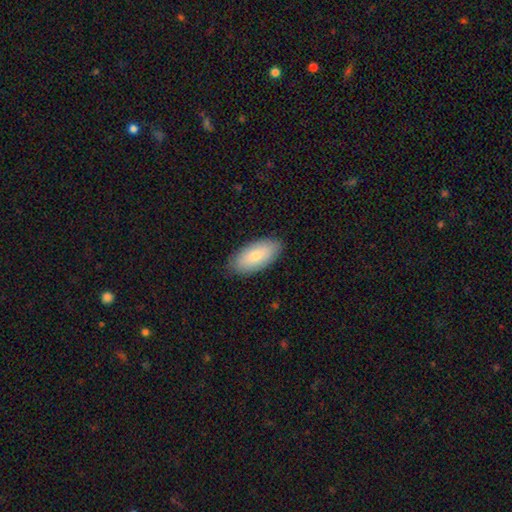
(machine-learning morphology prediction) smooth 76%, featured or disk 18%, star or artifact 6%. Down the decision tree: how rounded — in between (93%); merging — none (86%).